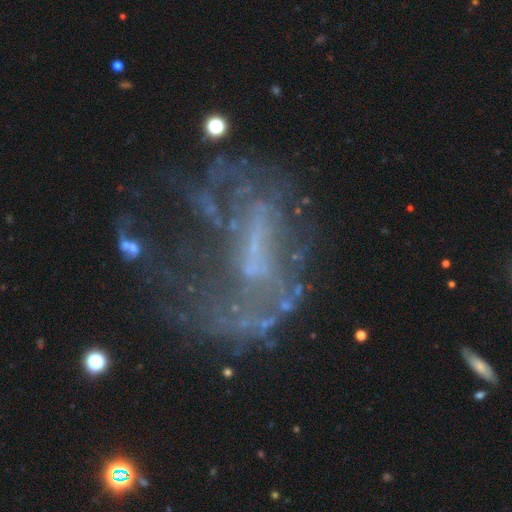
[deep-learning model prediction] Smooth or featured?
  - featured or disk: 64% *
  - star or artifact: 22%
  - smooth: 14%
Edge-on disk?
  - no: 96% *
  - yes: 4%
Bar?
  - no: 53% *
  - weak: 28%
  - strong: 19%
Spiral arms?
  - no: 65% *
  - yes: 35%
Bulge size?
  - none: 63% *
  - small: 23%
  - moderate: 10%
  - large: 2%
  - dominant: 1%
Merging?
  - major disturbance: 44% *
  - none: 33%
  - minor disturbance: 15%
  - merger: 8%